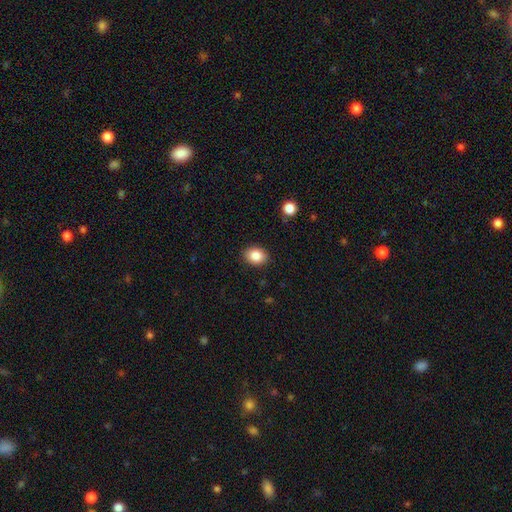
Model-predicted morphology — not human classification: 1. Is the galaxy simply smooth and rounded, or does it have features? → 86% smooth, 9% star or artifact, 5% featured or disk.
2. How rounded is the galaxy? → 62% in between, 38% round, 1% cigar-shaped.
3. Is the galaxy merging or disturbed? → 88% none, 9% minor disturbance, 2% major disturbance, 1% merger.